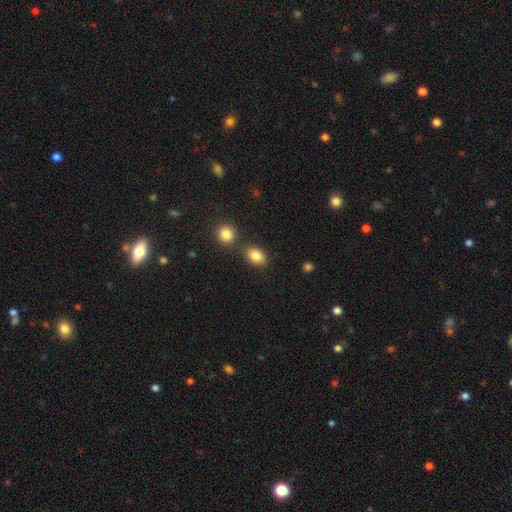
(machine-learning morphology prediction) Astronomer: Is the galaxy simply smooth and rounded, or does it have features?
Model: smooth — 84%.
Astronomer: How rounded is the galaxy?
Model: in between — 81%.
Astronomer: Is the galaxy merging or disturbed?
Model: none — 73%.